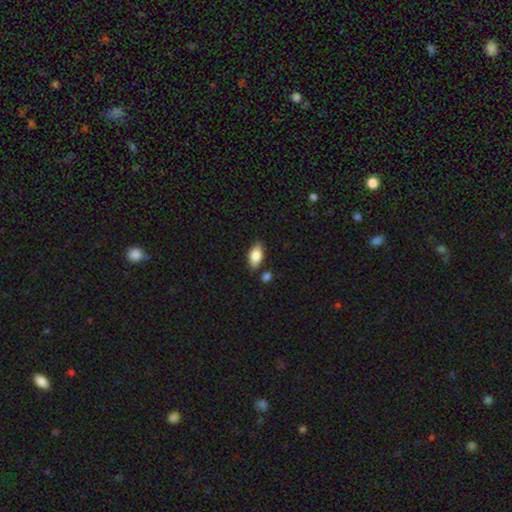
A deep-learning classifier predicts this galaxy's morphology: A smooth galaxy with no disk features (80%) that is in between round and cigar-shaped (89%).

Vote fractions:
- Smooth or featured? smooth: 80% / featured or disk: 13% / star or artifact: 7%
- How rounded? in between: 89% / cigar-shaped: 7% / round: 4%
- Merging? none: 79% / minor disturbance: 13% / merger: 5% / major disturbance: 3%